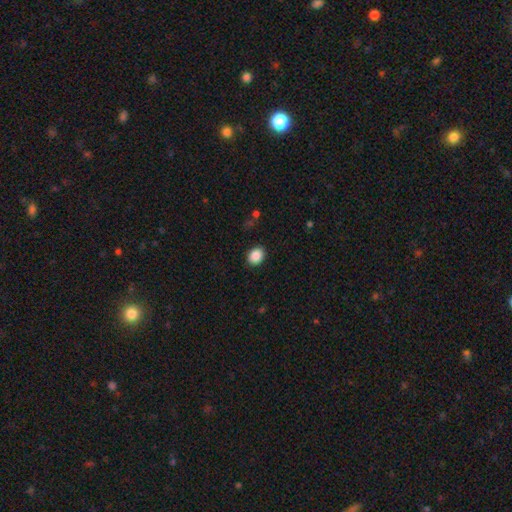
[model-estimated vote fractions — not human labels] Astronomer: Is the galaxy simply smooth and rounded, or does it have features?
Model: smooth — 89%.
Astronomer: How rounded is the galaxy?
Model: in between — 58% (runner-up: round, 42%).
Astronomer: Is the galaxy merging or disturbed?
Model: none — 89%.